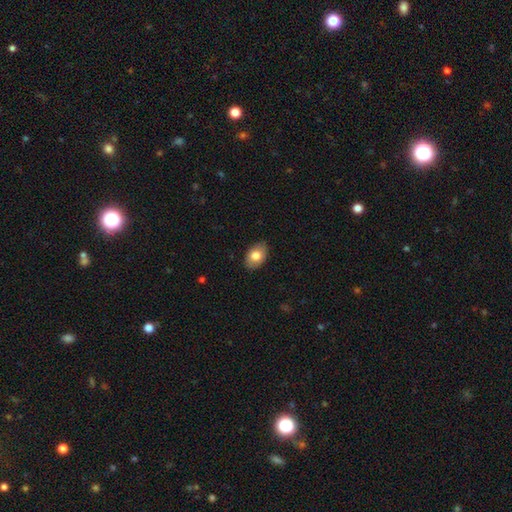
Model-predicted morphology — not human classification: smooth 78%, featured or disk 15%, star or artifact 7%. Down the decision tree: how rounded — in between (87%); merging — none (86%).